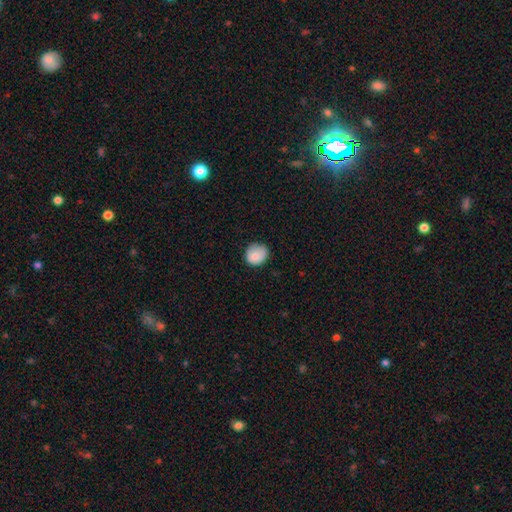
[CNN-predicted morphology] Smooth or featured?
  - smooth: 84% *
  - star or artifact: 8%
  - featured or disk: 8%
How rounded?
  - round: 78% *
  - in between: 21%
  - cigar-shaped: 1%
Merging?
  - none: 74% *
  - minor disturbance: 21%
  - major disturbance: 4%
  - merger: 1%